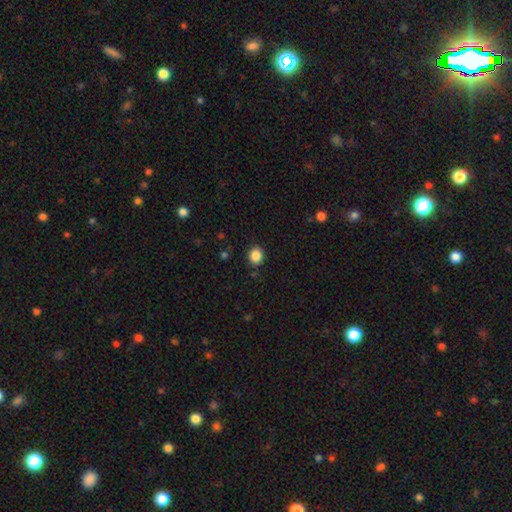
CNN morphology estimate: A smooth galaxy with no disk features (86%) that is round (69%). Merging: none (87%).